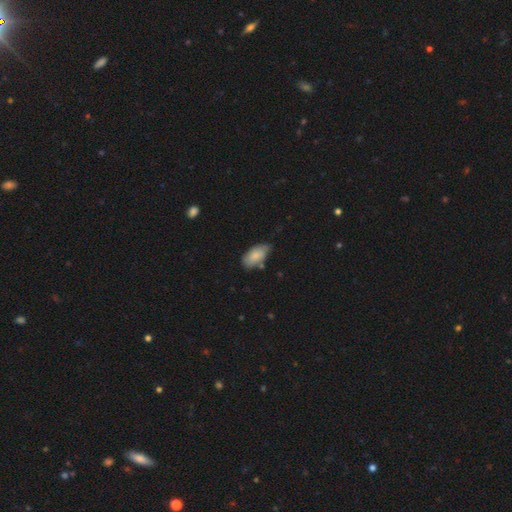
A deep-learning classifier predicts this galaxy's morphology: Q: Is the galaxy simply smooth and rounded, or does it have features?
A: smooth — 79%.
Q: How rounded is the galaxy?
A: in between — 93%.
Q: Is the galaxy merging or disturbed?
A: none — 56%.